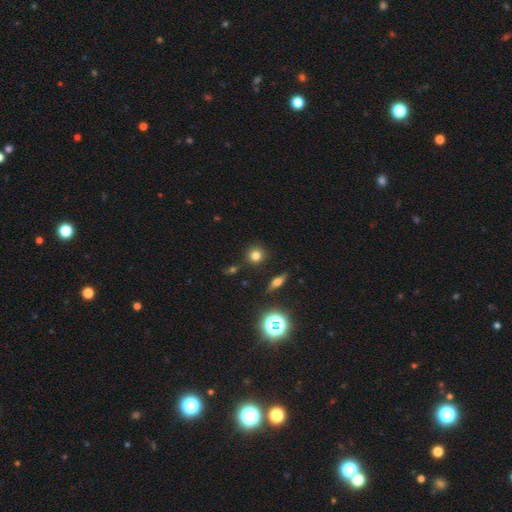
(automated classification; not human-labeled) smooth 74%, star or artifact 17%, featured or disk 9%. Down the decision tree: how rounded — round (89%); merging — none (86%).